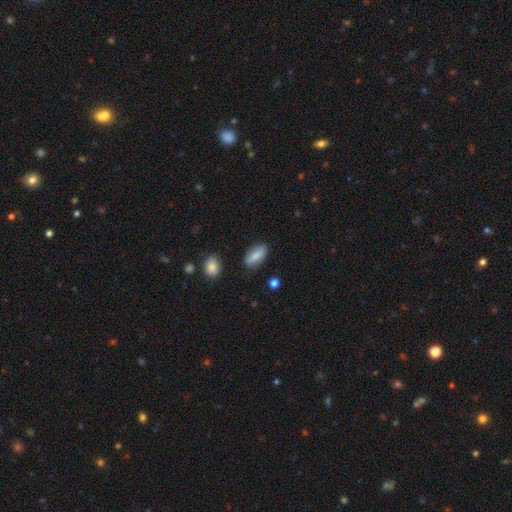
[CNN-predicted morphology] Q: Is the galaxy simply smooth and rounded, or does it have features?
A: smooth — 82%.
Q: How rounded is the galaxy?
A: in between — 81%.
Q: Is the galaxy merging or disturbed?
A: none — 84%.